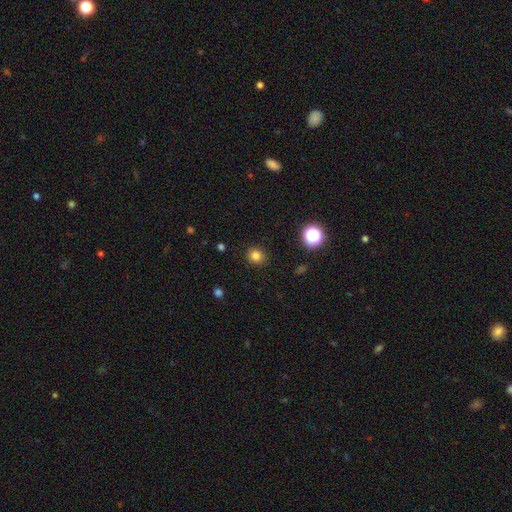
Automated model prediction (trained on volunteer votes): Morphology: type=smooth (81%); roundness=round (79%); merging=none (89%).